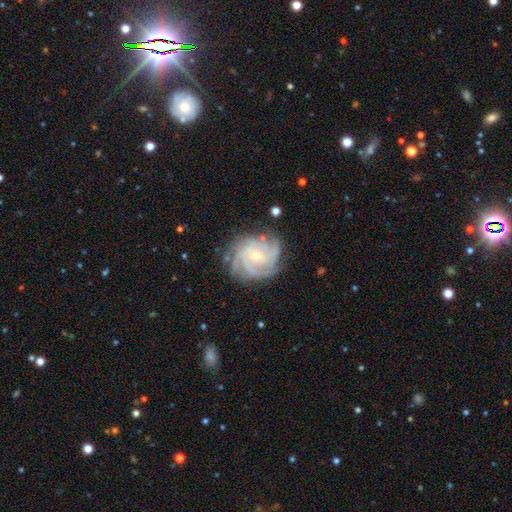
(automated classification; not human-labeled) Morphology: type=featured or disk (88%); edge-on=no (98%); bar=no (67%); spiral arms=yes (98%); winding=tight (71%); arm count=4 (35%); bulge=small (73%); merging=none (77%).